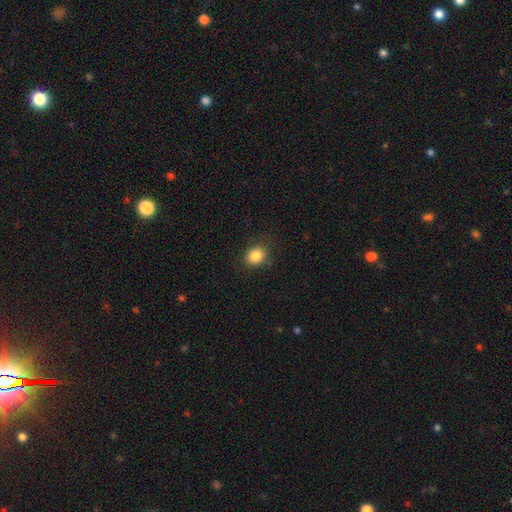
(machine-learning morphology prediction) This appears to be a smooth galaxy with no disk features (86%) that is round (58%). Merging: none (84%).